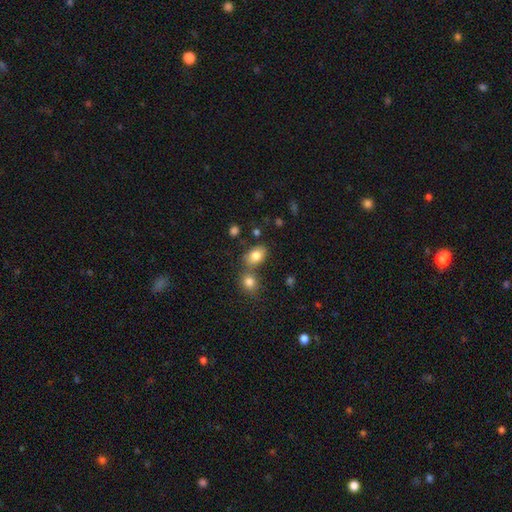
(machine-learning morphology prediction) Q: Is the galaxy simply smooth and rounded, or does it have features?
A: smooth — 82%.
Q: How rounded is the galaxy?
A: in between — 79%.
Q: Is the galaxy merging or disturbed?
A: none — 58%.